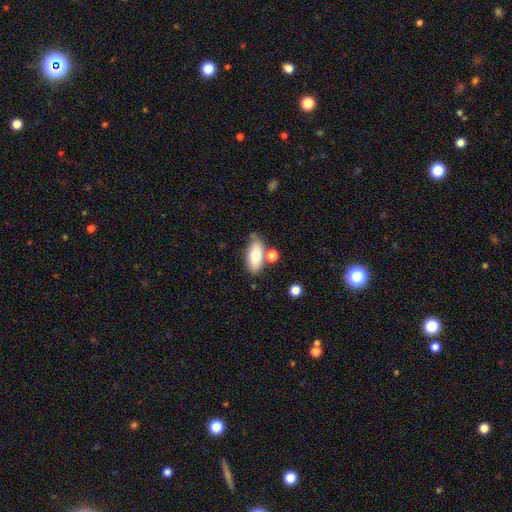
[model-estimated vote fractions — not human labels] This appears to be a smooth galaxy with no disk features (77%) that is in between round and cigar-shaped (86%). Merging: none (65%).